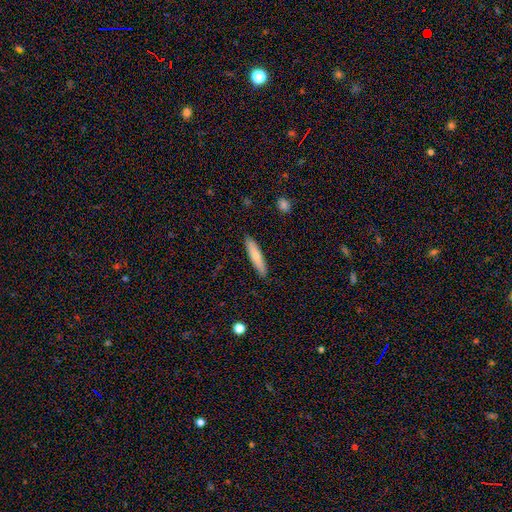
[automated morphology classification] Overall: smooth (69%). How rounded: cigar-shaped (85%). Merging: none (89%).